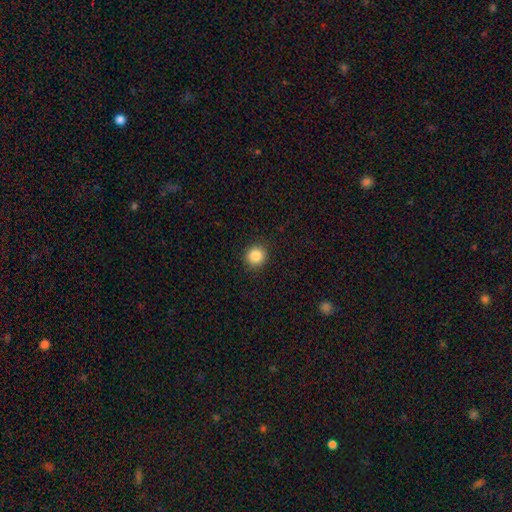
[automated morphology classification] smooth 86%, star or artifact 10%, featured or disk 4%. Down the decision tree: how rounded — round (91%); merging — none (91%).